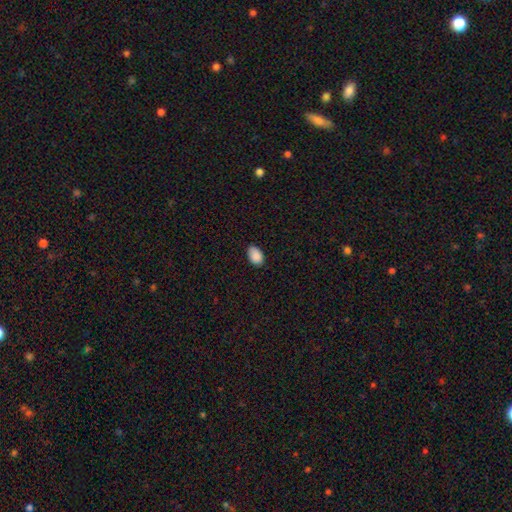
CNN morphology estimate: This appears to be a smooth galaxy with no disk features (89%) that is in between round and cigar-shaped (89%). Merging: none (82%).